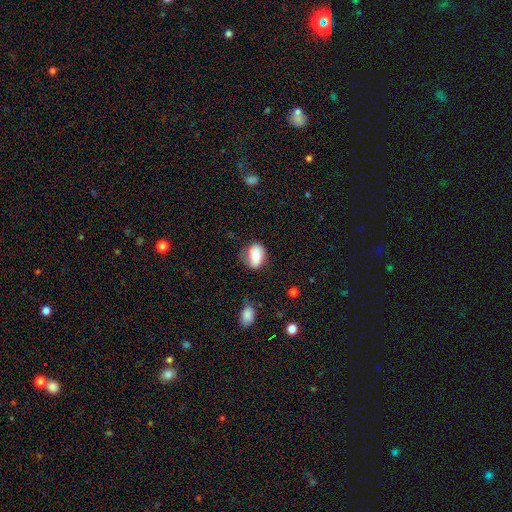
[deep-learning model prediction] Smooth or featured? smooth (76%)
How rounded? in between (72%)
Merging? none (58%)